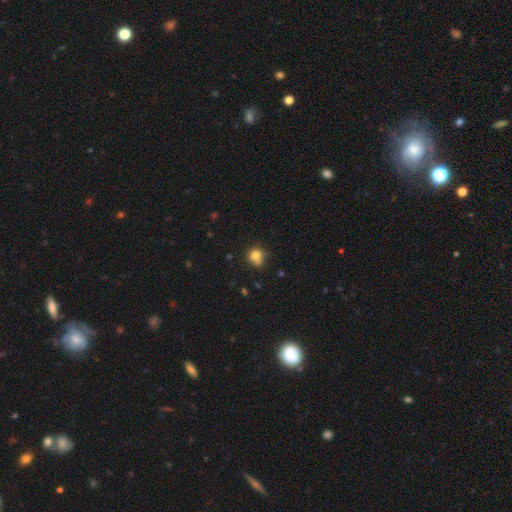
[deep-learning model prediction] The model was most divided on "merging": none: 61%, merger: 17%, minor disturbance: 17%, major disturbance: 5%. More confident: how rounded — round (86%); smooth or featured — smooth (77%).